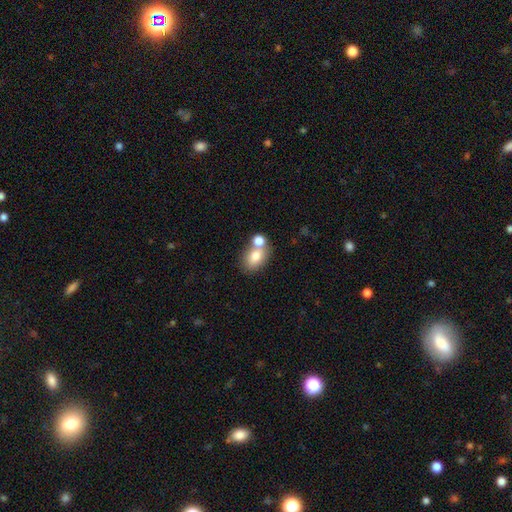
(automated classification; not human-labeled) This appears to be a smooth galaxy with no disk features (77%) that is in between round and cigar-shaped (76%). Merging: none (50%).